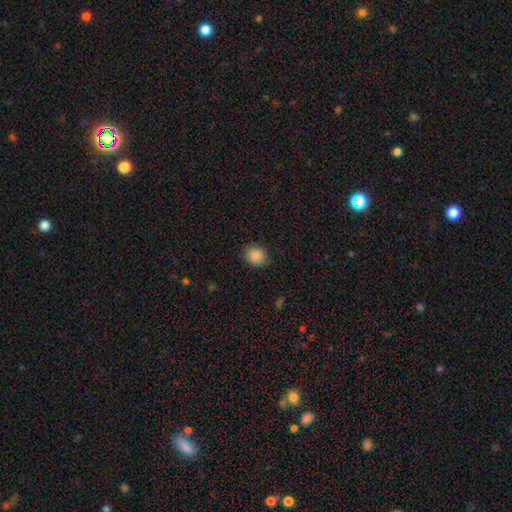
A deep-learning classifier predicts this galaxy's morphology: This is clearly a smooth galaxy (87%). How rounded: likely round (62%). Merging: clearly none (87%).